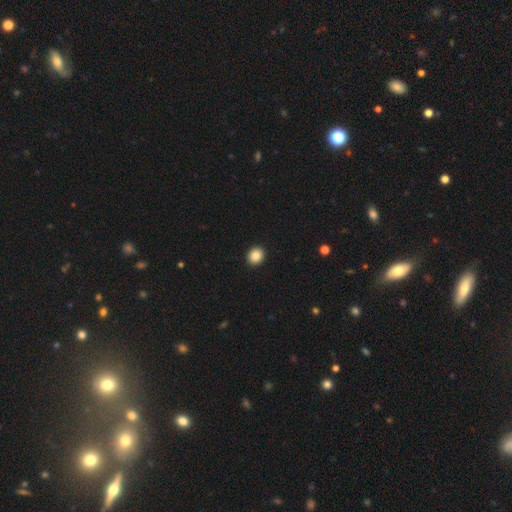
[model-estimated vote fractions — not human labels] This appears to be a smooth galaxy with no disk features (87%) that is round (81%). Merging: none (93%).